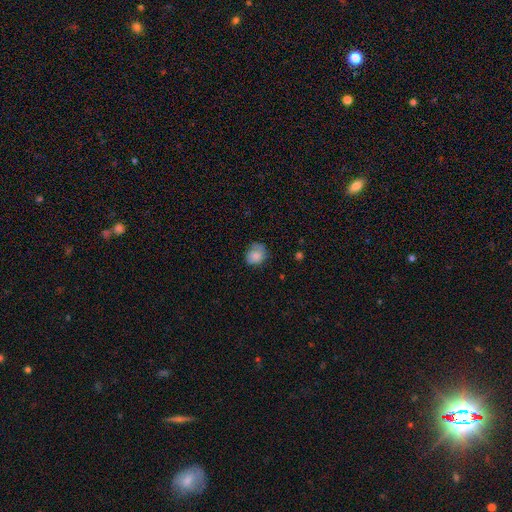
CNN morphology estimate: This is likely a smooth galaxy (75%). How rounded: likely round (62%). Merging: possibly none (57%).